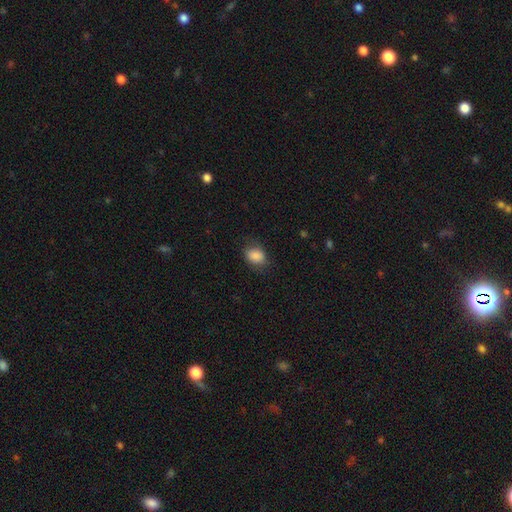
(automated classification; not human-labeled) Overall: smooth (87%). How rounded: in between (66%; round 32%). Merging: none (74%).